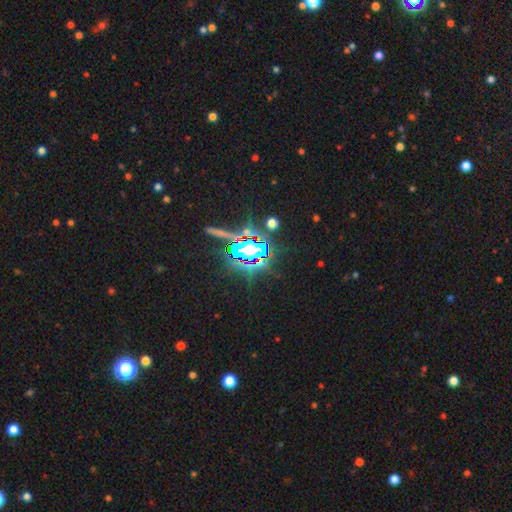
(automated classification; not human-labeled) Overall: star or artifact (85%).